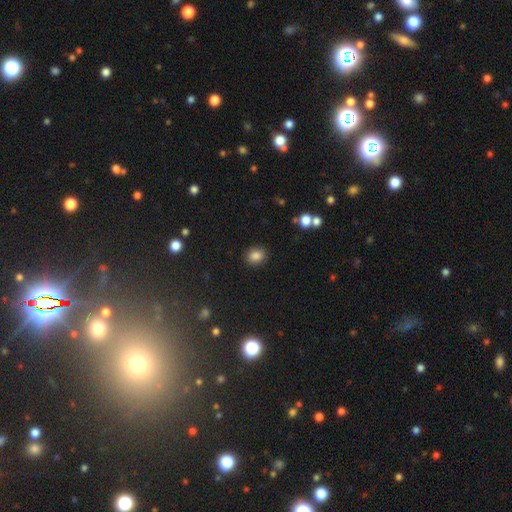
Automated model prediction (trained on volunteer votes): smooth 85%, star or artifact 11%, featured or disk 5%. Down the decision tree: how rounded — round (56%); merging — none (89%).